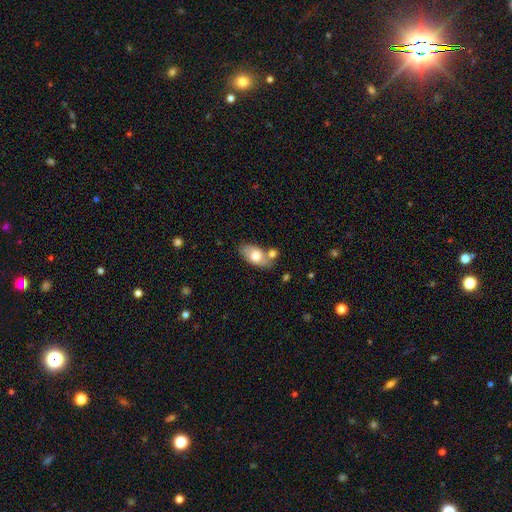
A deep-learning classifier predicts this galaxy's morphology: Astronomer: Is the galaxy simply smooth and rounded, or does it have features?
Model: smooth — 70%.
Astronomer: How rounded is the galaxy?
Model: in between — 91%.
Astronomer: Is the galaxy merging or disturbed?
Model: none — 58%.